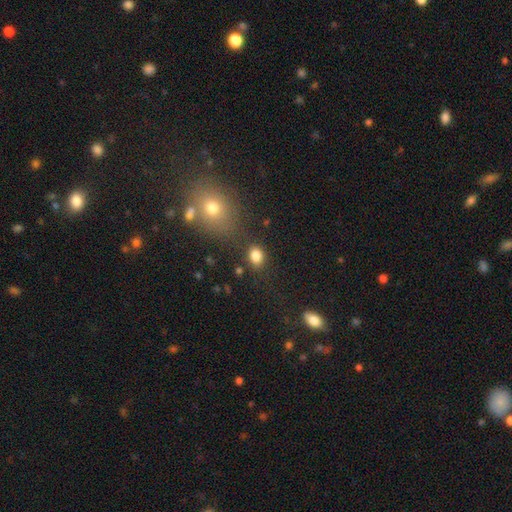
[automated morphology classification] This appears to be a smooth galaxy with no disk features (83%) that is in between round and cigar-shaped (57%). Merging: none (78%).